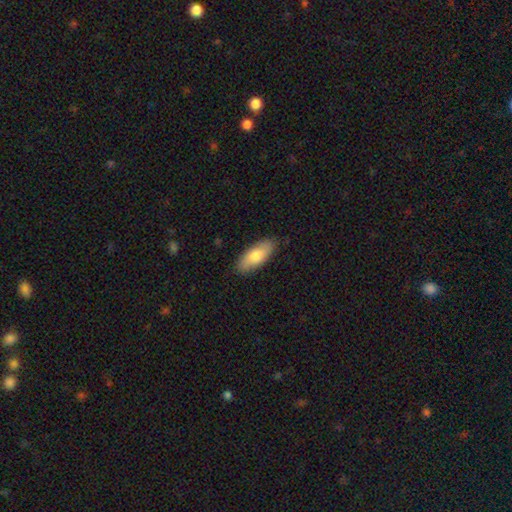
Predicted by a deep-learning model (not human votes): Smooth or featured: smooth — 76% (featured or disk — 19%)
How rounded: in between — 82% (cigar-shaped — 15%)
Merging: none — 85% (minor disturbance — 12%)